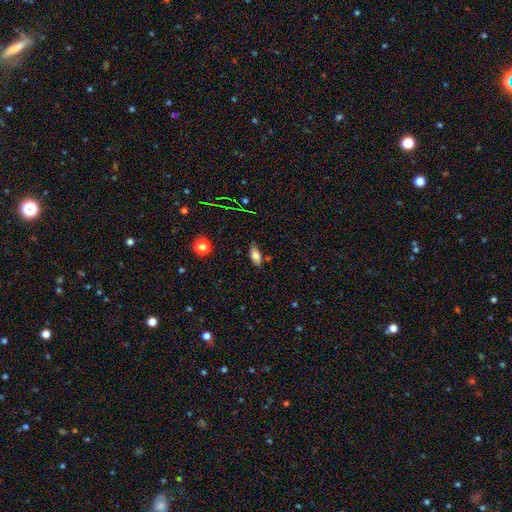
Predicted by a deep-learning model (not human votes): This is likely a smooth galaxy (78%). How rounded: clearly in between (87%). Merging: likely none (79%).